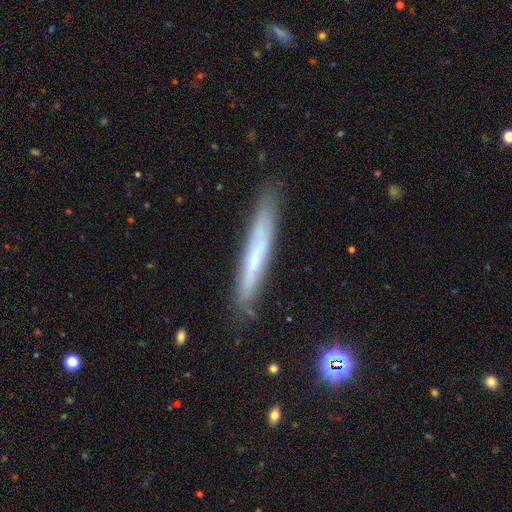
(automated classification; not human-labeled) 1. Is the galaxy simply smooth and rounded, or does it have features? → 47% smooth, 45% featured or disk, 9% star or artifact.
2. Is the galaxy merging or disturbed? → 82% none, 13% minor disturbance, 3% major disturbance, 2% merger.